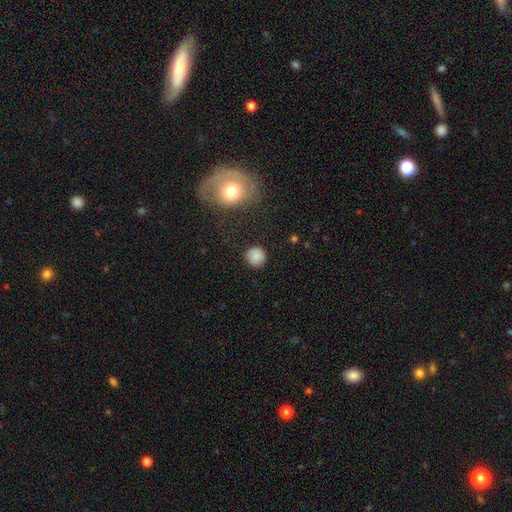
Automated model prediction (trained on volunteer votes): Smooth or featured: smooth — 86% (star or artifact — 10%)
How rounded: round — 93% (in between — 6%)
Merging: none — 88% (minor disturbance — 8%)